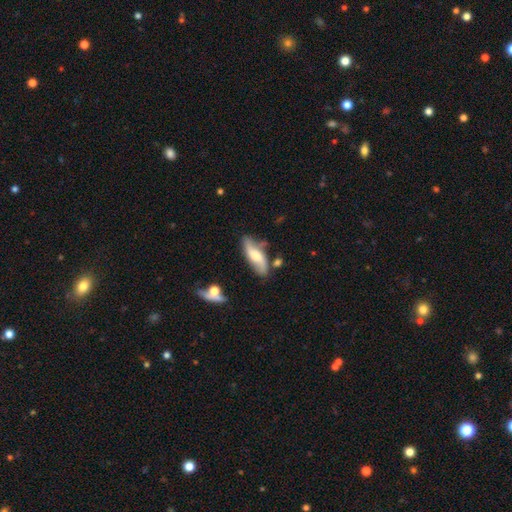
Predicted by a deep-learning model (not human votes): smooth_or_featured: featured or disk (p=0.58) [alt: smooth p=0.35]
disk_edge_on: no (p=0.78) [alt: yes p=0.22]
merging: none (p=0.63) [alt: minor disturbance p=0.23]